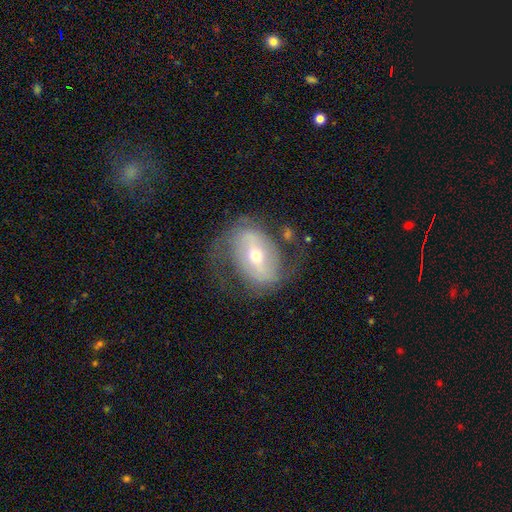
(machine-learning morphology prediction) type=featured or disk (76%); edge-on=no (95%); bar=strong (46%); spiral arms=yes (77%); winding=medium (44%); arm count=2 (80%); bulge=small (52%); merging=none (61%).